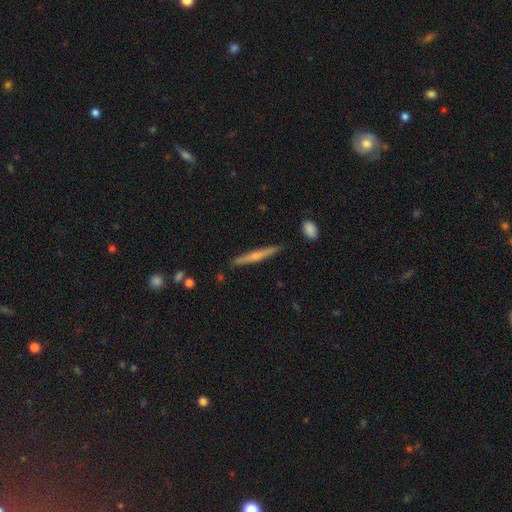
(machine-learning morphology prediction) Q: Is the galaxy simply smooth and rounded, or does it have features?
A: featured or disk — 50%.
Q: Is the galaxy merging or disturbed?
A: none — 89%.